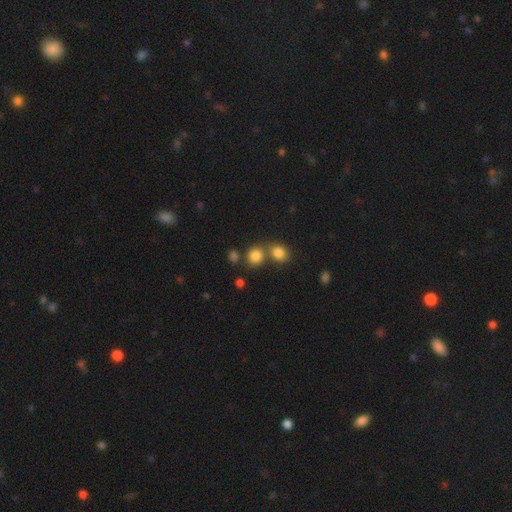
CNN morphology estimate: smooth-or-featured: smooth: 81% | star or artifact: 13% | featured or disk: 6%
  how-rounded: round: 81% | in between: 18% | cigar-shaped: 1%
  merging: none: 55% | merger: 34% | minor disturbance: 8% | major disturbance: 3%